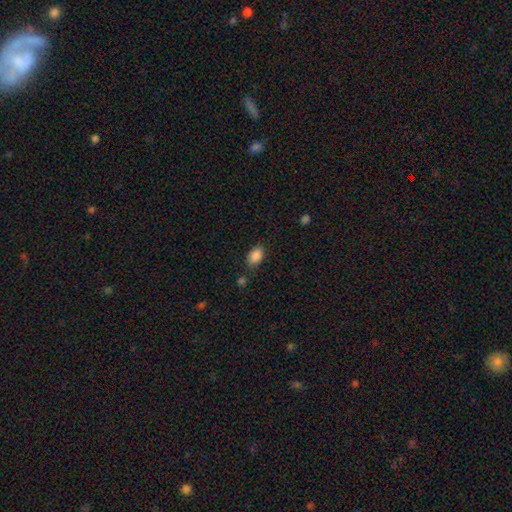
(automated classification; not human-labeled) Morphology: type=smooth (88%); roundness=in between (86%); merging=none (78%).